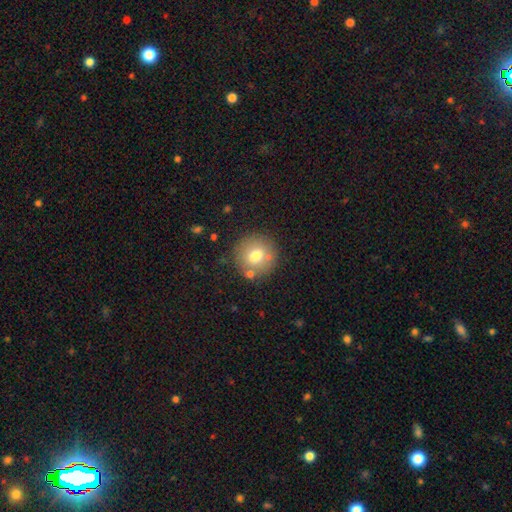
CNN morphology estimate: smooth-or-featured: smooth: 71% | featured or disk: 19% | star or artifact: 10%
  how-rounded: round: 92% | in between: 8% | cigar-shaped: 1%
  merging: none: 80% | minor disturbance: 10% | merger: 6% | major disturbance: 4%